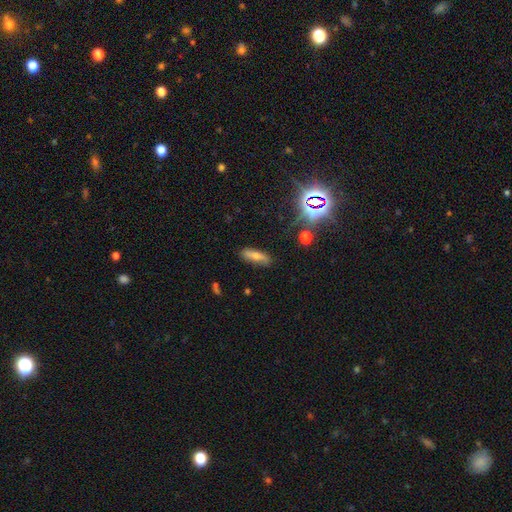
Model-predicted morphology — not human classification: smooth_or_featured: smooth (p=0.55) [alt: featured or disk p=0.27]
how_rounded: cigar-shaped (p=0.49) [alt: in between p=0.47]
merging: none (p=0.81) [alt: minor disturbance p=0.13]